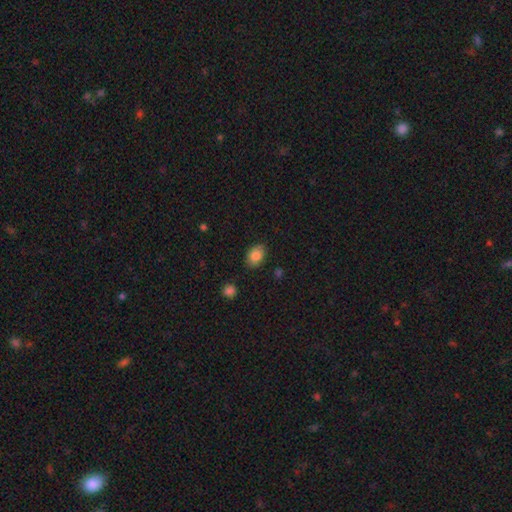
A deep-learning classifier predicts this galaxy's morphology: Smooth or featured: smooth — 83% (featured or disk — 9%)
How rounded: in between — 76% (round — 23%)
Merging: none — 83% (minor disturbance — 13%)